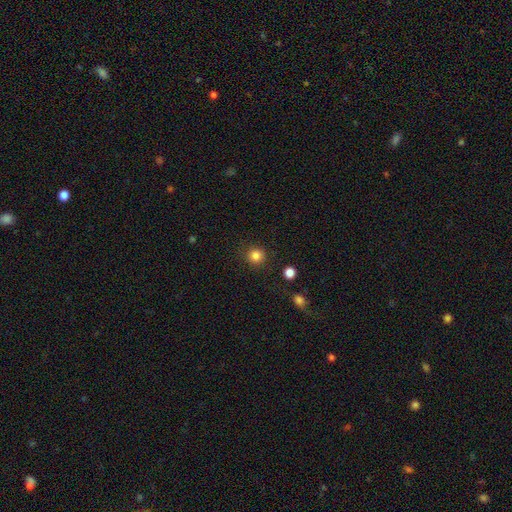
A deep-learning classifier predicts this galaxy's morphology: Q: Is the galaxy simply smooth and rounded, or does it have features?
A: smooth — 84%.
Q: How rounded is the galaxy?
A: round — 93%.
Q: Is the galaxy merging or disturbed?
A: none — 89%.